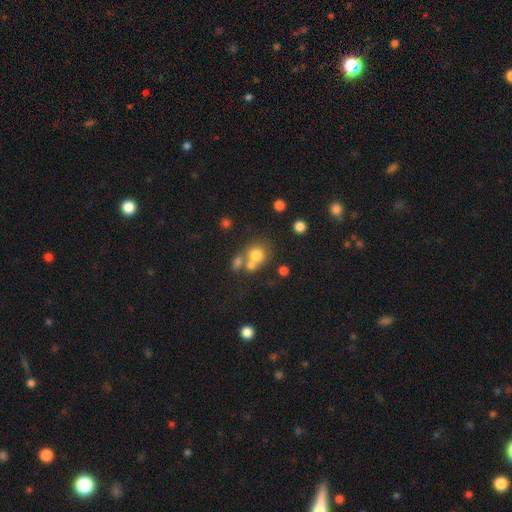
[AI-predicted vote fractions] This appears to be a smooth galaxy with no disk features (73%) that is round (82%). Merging: none (45%).